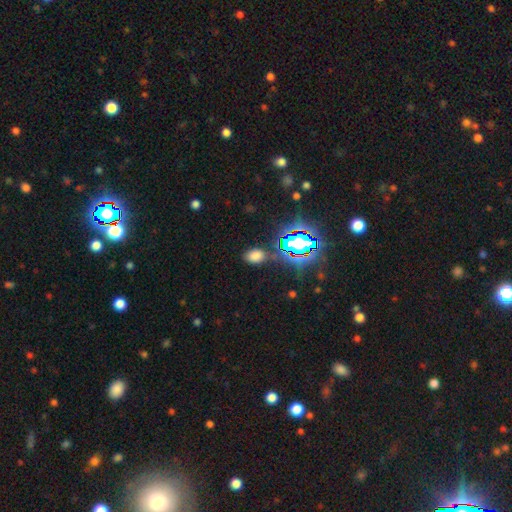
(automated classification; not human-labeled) smooth 66%, star or artifact 26%, featured or disk 7%. Down the decision tree: how rounded — in between (80%); merging — none (79%).